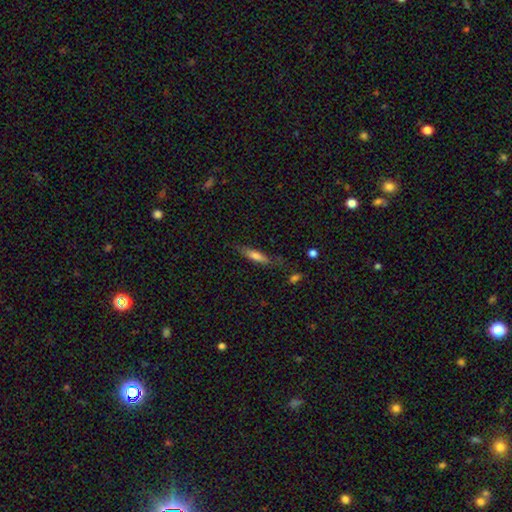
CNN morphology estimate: Smooth or featured? smooth (67%)
How rounded? cigar-shaped (71%)
Merging? none (71%)